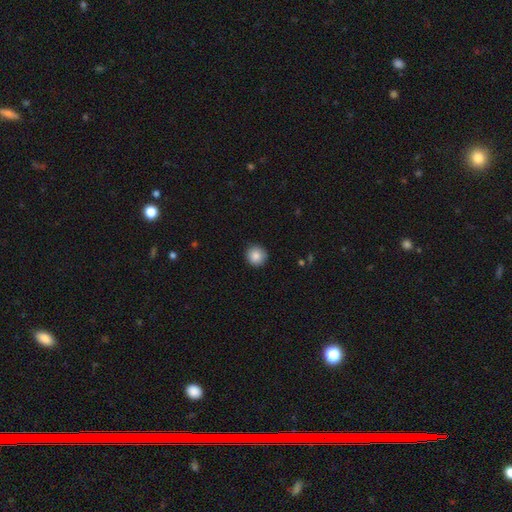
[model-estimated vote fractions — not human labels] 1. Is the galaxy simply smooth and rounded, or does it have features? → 86% smooth, 9% star or artifact, 5% featured or disk.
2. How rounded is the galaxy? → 93% round, 6% in between, 1% cigar-shaped.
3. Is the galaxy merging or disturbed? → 89% none, 8% minor disturbance, 2% major disturbance, 1% merger.